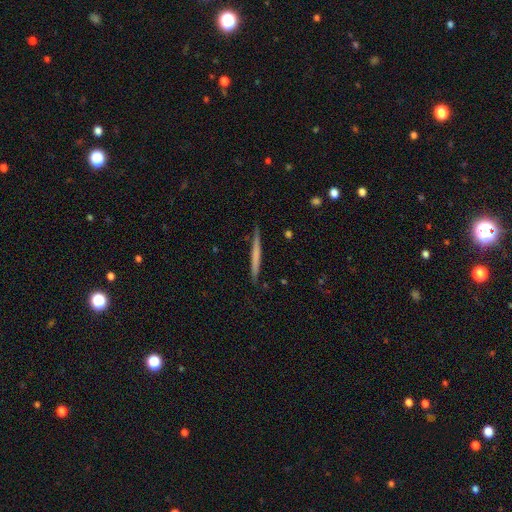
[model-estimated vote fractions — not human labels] Overall: smooth (54%; featured or disk 40%). How rounded: cigar-shaped (97%). Merging: none (89%).